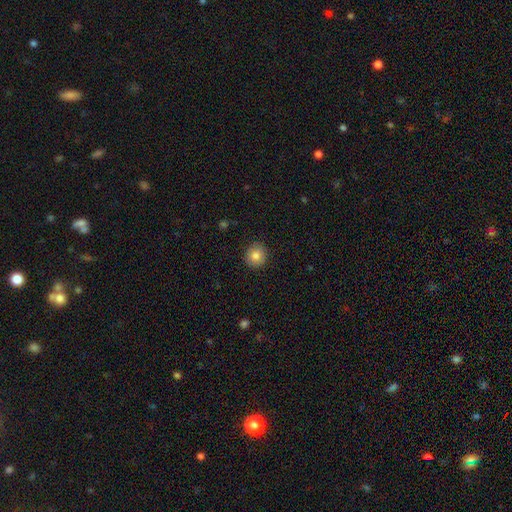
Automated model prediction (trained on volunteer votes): Smooth or featured: smooth — 84% (star or artifact — 9%)
How rounded: round — 90% (in between — 9%)
Merging: none — 91% (minor disturbance — 7%)